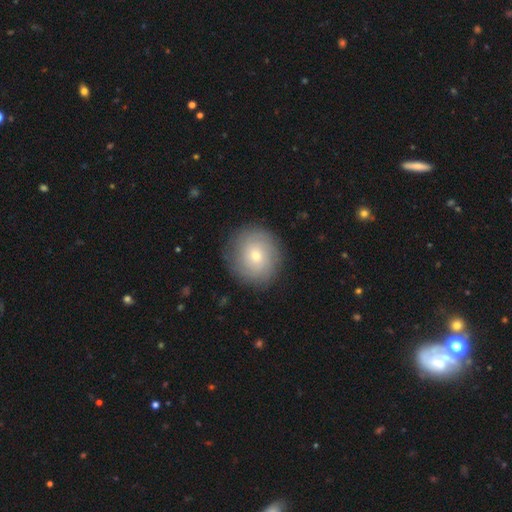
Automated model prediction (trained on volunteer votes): This is possibly a smooth galaxy (54%). How rounded: clearly round (84%). Merging: clearly none (86%).